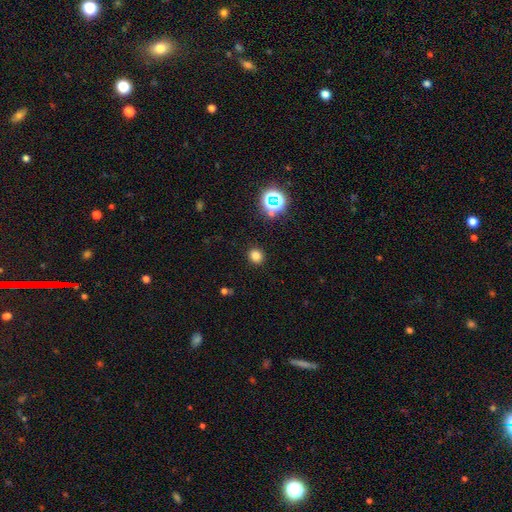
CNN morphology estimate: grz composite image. It shows a smooth galaxy with no disk features (77%) that is round (81%). Merging: none (90%).